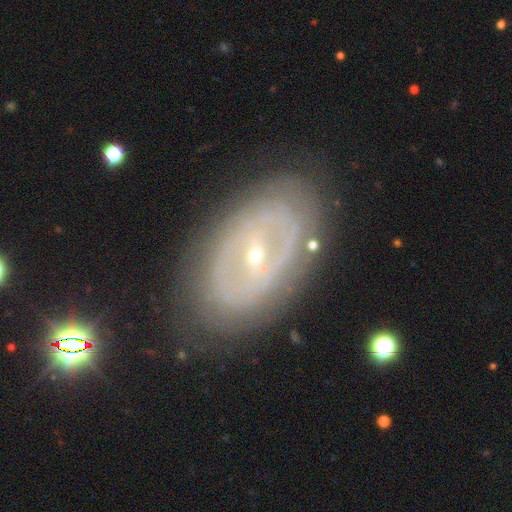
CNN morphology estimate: smooth-or-featured: featured or disk: 81% | smooth: 13% | star or artifact: 6%
  disk-edge-on: no: 94% | yes: 6%
    bar: weak: 39% | strong: 35% | no: 26%
    has-spiral-arms: yes: 54% | no: 46%
    bulge-size: small: 72% | moderate: 25% | large: 1% | none: 1% | dominant: 1%
  merging: none: 80% | minor disturbance: 13% | major disturbance: 5% | merger: 1%